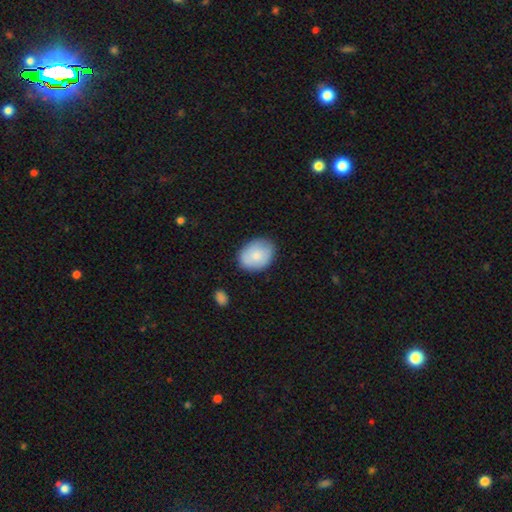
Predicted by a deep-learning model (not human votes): smooth-or-featured: smooth: 81% | featured or disk: 13% | star or artifact: 6%
  how-rounded: in between: 66% | round: 33% | cigar-shaped: 1%
  merging: none: 79% | minor disturbance: 16% | major disturbance: 3% | merger: 2%